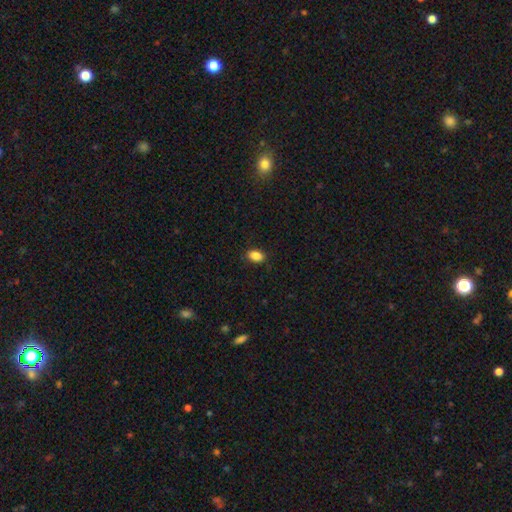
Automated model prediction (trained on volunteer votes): smooth 88%, star or artifact 9%, featured or disk 3%. Down the decision tree: how rounded — in between (85%); merging — none (86%).